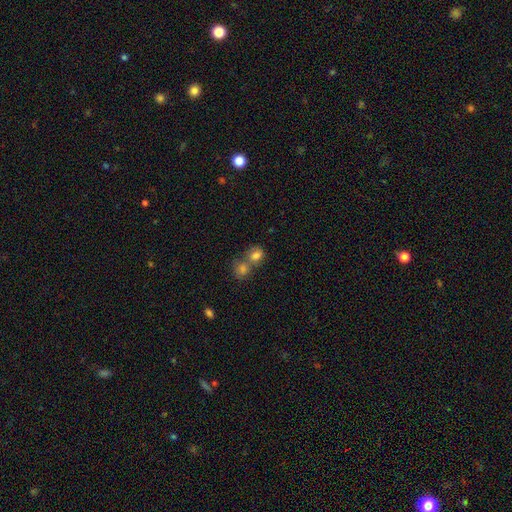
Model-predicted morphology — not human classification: This appears to be a smooth galaxy with no disk features (78%) that is round (52%). Merging: merger (60%).